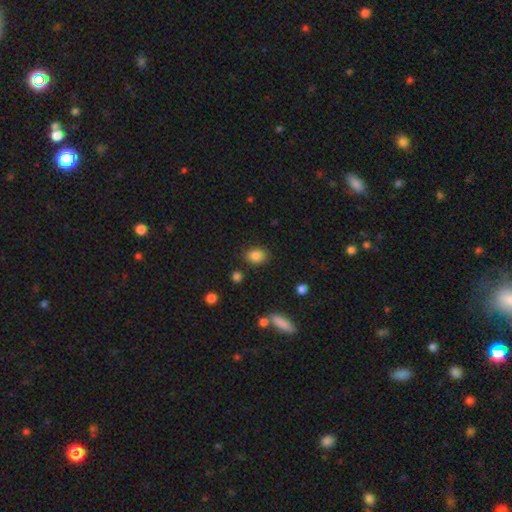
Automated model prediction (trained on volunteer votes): Smooth or featured? Predicted: smooth (p=0.85). How rounded? Predicted: in between (p=0.62). Merging? Predicted: none (p=0.84).